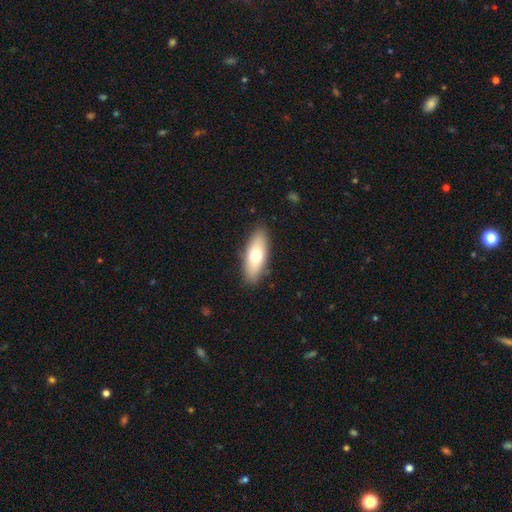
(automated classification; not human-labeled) This appears to be a smooth galaxy with no disk features (68%) that is in between round and cigar-shaped (72%). Merging: none (87%).